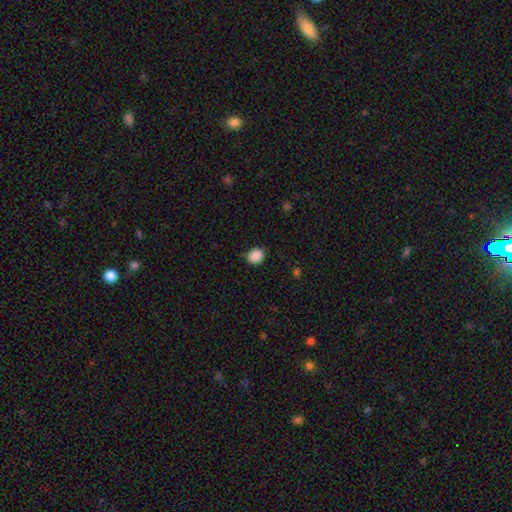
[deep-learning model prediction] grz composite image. It shows a smooth galaxy with no disk features (88%) that is round (70%). Merging: none (83%).